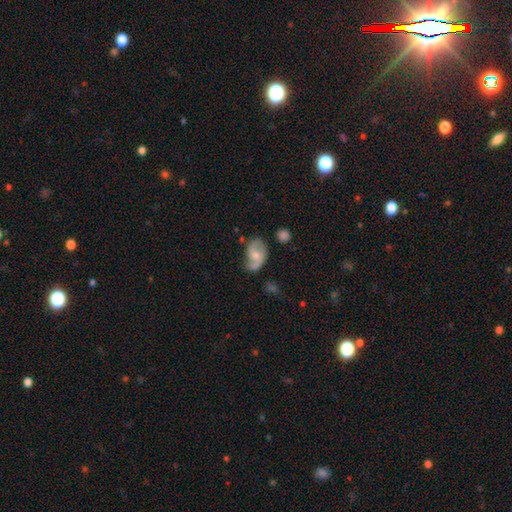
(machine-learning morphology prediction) Smooth or featured? Predicted: featured or disk (p=0.57). Edge-on disk? Predicted: no (p=0.96). Bar? Predicted: no (p=0.54). Spiral arms? Predicted: yes (p=0.82). Bulge size? Predicted: moderate (p=0.55). Merging? Predicted: none (p=0.51).